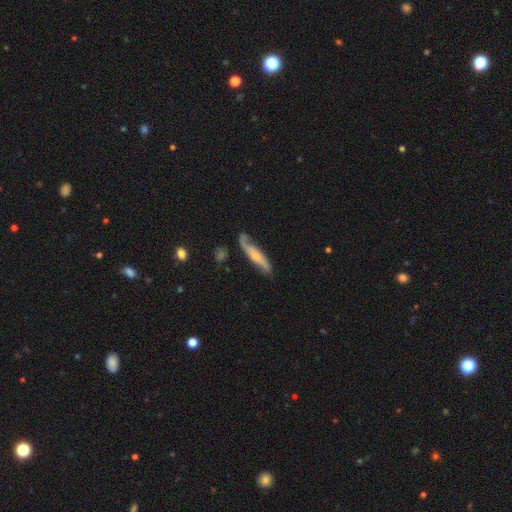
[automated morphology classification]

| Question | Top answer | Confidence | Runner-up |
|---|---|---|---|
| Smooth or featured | featured or disk | 62% | smooth (32%) |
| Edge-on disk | no | 63% | yes (37%) |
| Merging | none | 62% | minor disturbance (25%) |